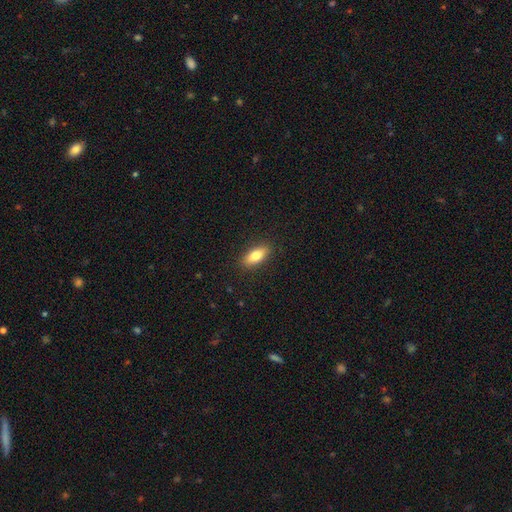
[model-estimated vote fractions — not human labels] This is likely a smooth galaxy (78%). How rounded: likely in between (78%). Merging: clearly none (89%).